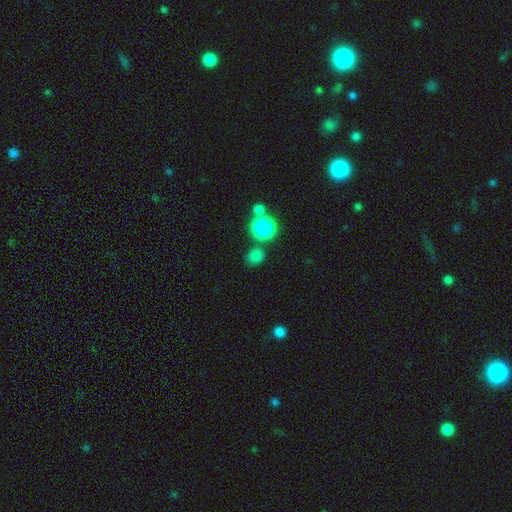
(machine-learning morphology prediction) This appears to be a smooth galaxy with no disk features (76%) that is round (80%). Merging: none (75%).